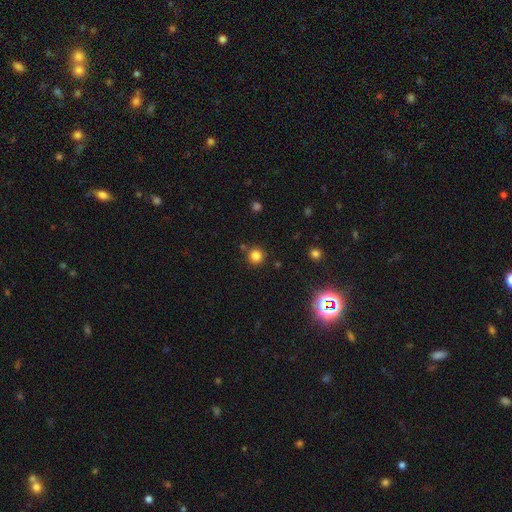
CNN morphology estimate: smooth_or_featured: smooth (p=0.81) [alt: star or artifact p=0.15]
how_rounded: round (p=0.95) [alt: in between p=0.05]
merging: none (p=0.86) [alt: minor disturbance p=0.07]